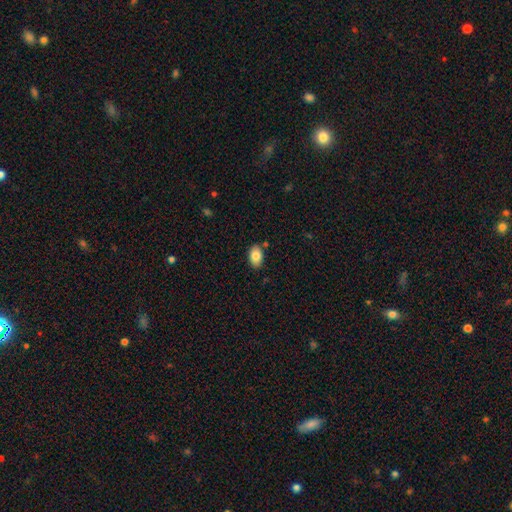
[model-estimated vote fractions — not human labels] A smooth galaxy with no disk features (84%) that is in between round and cigar-shaped (89%). Merging: none (83%).